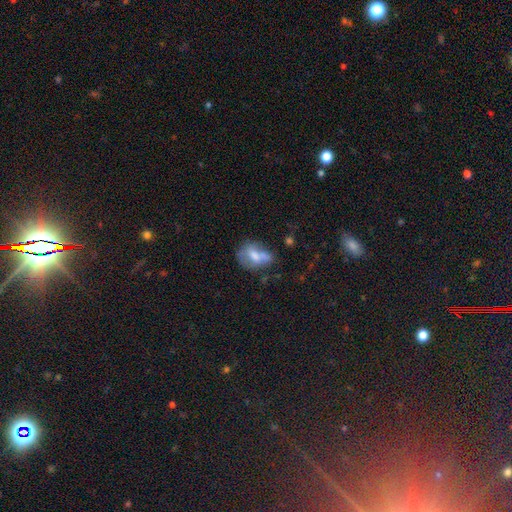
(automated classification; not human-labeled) Q: Smooth or featured?
A: smooth (60%); runner-up: featured or disk (31%)
Q: How rounded?
A: in between (68%); runner-up: round (29%)
Q: Merging?
A: none (35%); runner-up: merger (24%)